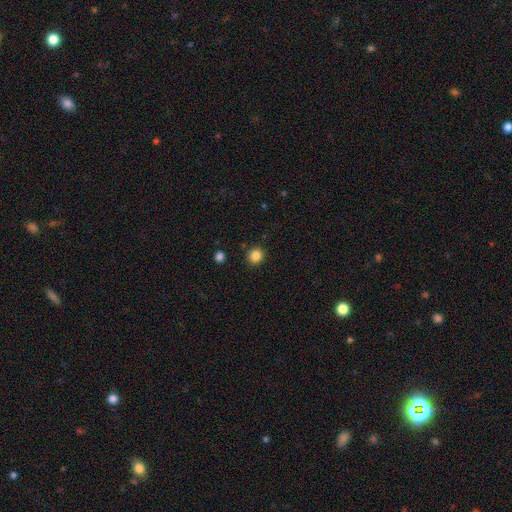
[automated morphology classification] Overall: smooth (85%). How rounded: round (88%). Merging: none (89%).